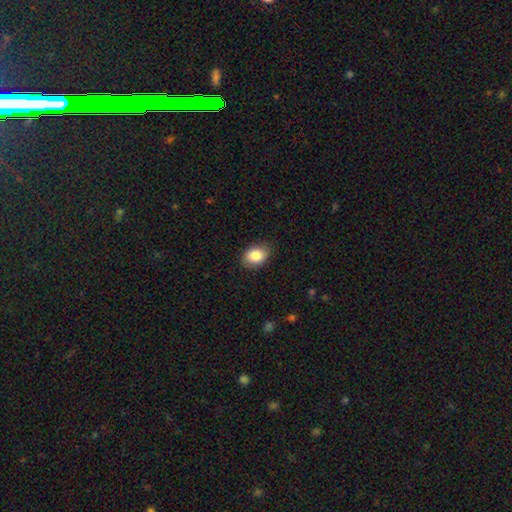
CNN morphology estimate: Smooth or featured? Predicted: smooth (p=0.86). How rounded? Predicted: in between (p=0.75). Merging? Predicted: none (p=0.85).